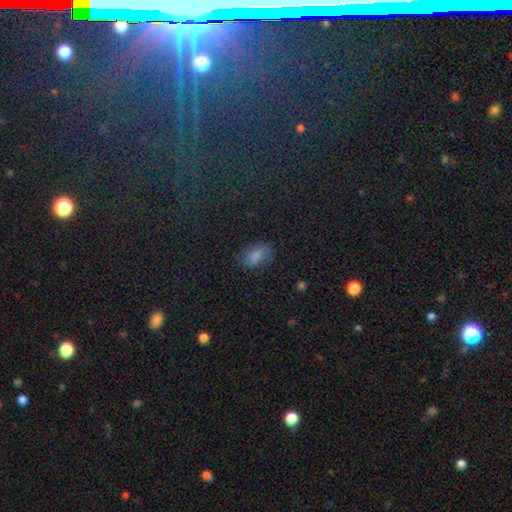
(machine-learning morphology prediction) Smooth or featured: smooth — 69% (featured or disk — 18%)
How rounded: in between — 88% (round — 8%)
Merging: none — 69% (minor disturbance — 21%)